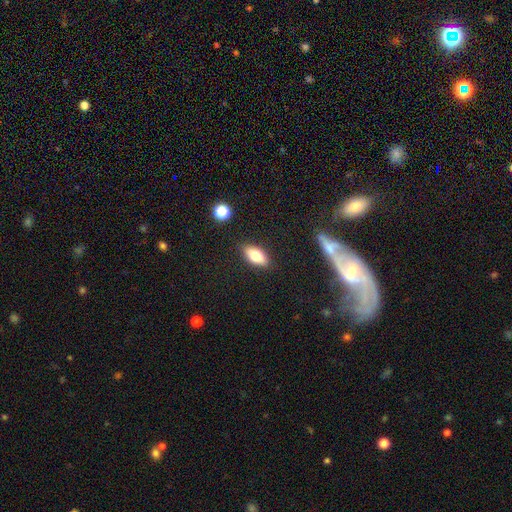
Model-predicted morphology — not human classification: Smooth or featured: smooth — 77% (featured or disk — 15%)
How rounded: in between — 85% (cigar-shaped — 11%)
Merging: none — 86% (minor disturbance — 10%)